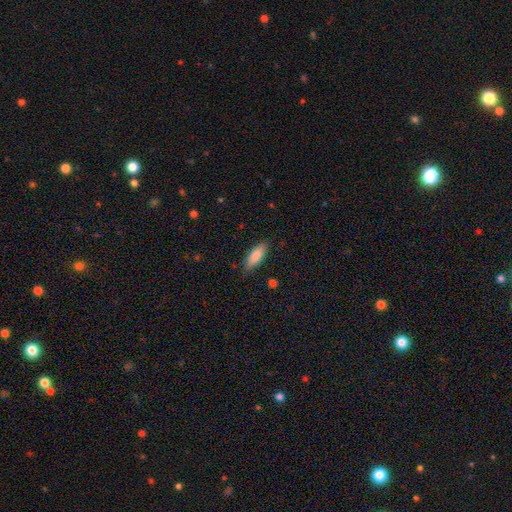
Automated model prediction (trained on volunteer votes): Morphology: type=smooth (85%); roundness=in between (69%); merging=none (83%).